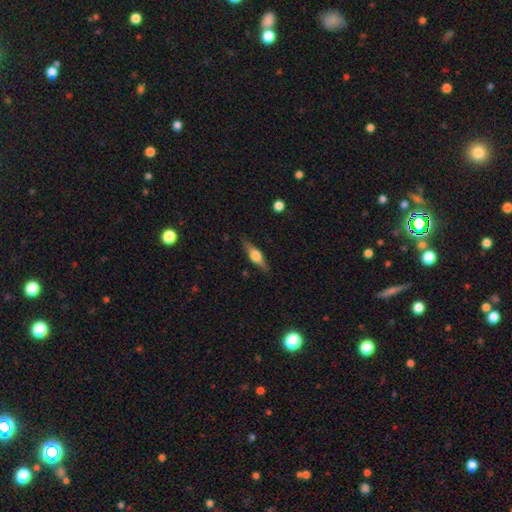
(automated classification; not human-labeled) featured or disk 61%, smooth 32%, star or artifact 7%. Down the decision tree: edge-on disk — yes (95%); edge-on bulge — rounded (90%); merging — none (85%).